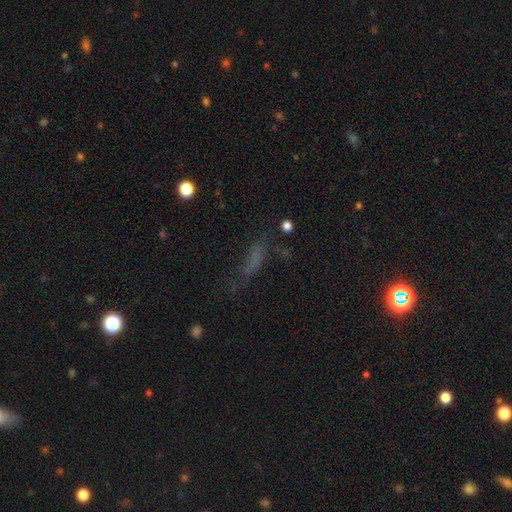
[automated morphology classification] Smooth or featured? Predicted: smooth (p=0.44). Merging? Predicted: none (p=0.51).